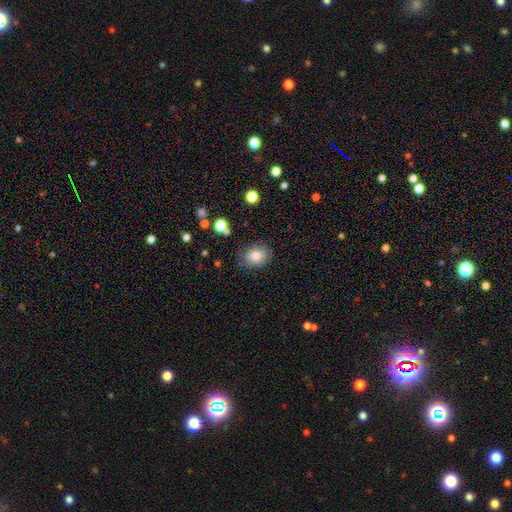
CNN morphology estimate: smooth 81%, featured or disk 10%, star or artifact 9%. Down the decision tree: how rounded — in between (63%); merging — none (73%).